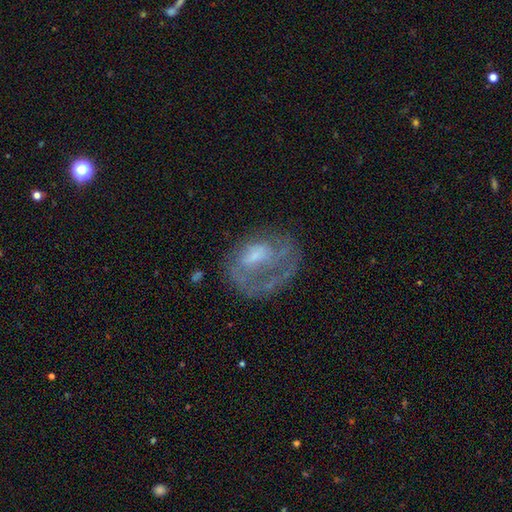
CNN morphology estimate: Smooth or featured: featured or disk — 63% (smooth — 28%)
Edge-on disk: no — 97% (yes — 3%)
Bar: no — 60% (weak — 33%)
Spiral arms: yes — 57% (no — 43%)
Bulge size: small — 36% (moderate — 35%)
Merging: none — 44% (major disturbance — 34%)